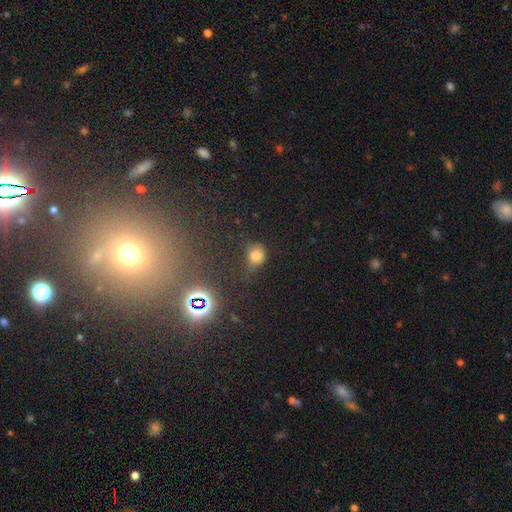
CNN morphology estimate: Q: Smooth or featured?
A: smooth (74%); runner-up: star or artifact (17%)
Q: How rounded?
A: round (65%); runner-up: in between (34%)
Q: Merging?
A: none (44%); runner-up: minor disturbance (31%)